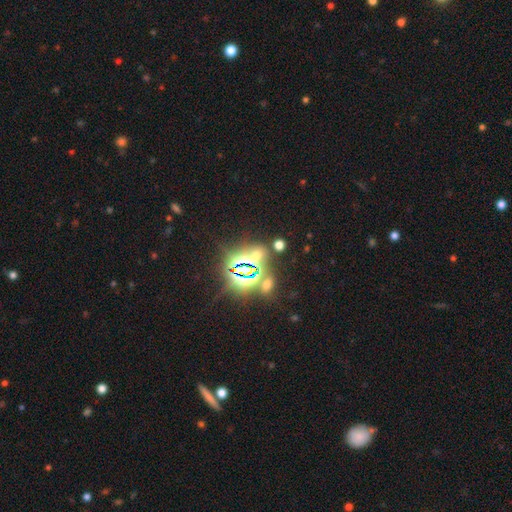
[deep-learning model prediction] This is likely a star or artifact rather than a galaxy (66%).